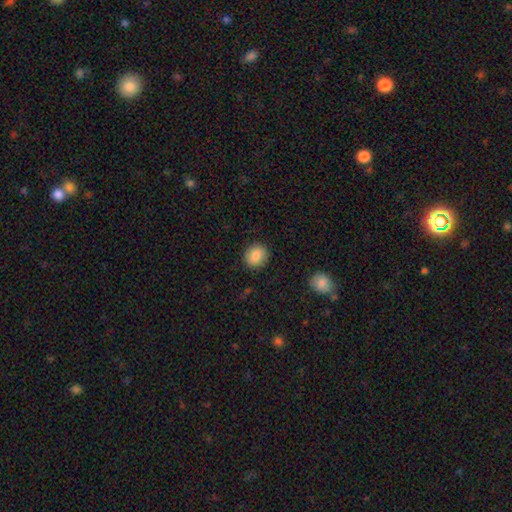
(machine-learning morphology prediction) Smooth or featured: smooth — 85% (star or artifact — 9%)
How rounded: round — 79% (in between — 20%)
Merging: none — 90% (minor disturbance — 7%)